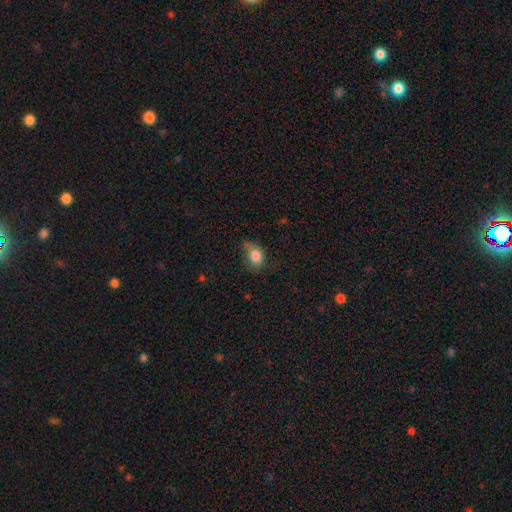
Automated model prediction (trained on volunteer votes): Overall: smooth (82%). How rounded: in between (55%; round 43%). Merging: none (48%; minor disturbance 36%).